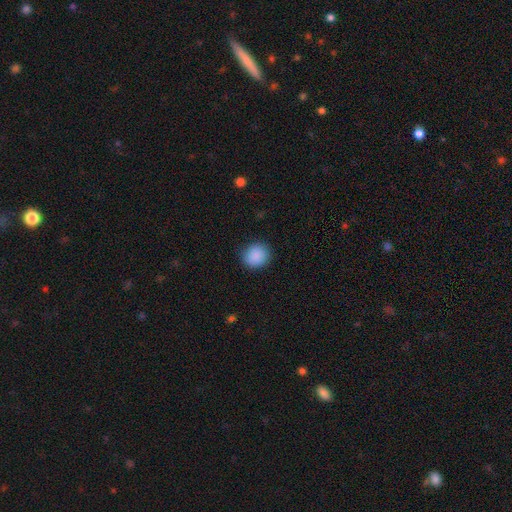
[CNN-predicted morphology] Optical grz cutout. It shows a smooth galaxy with no disk features (89%) that is round (85%). Merging: none (87%).